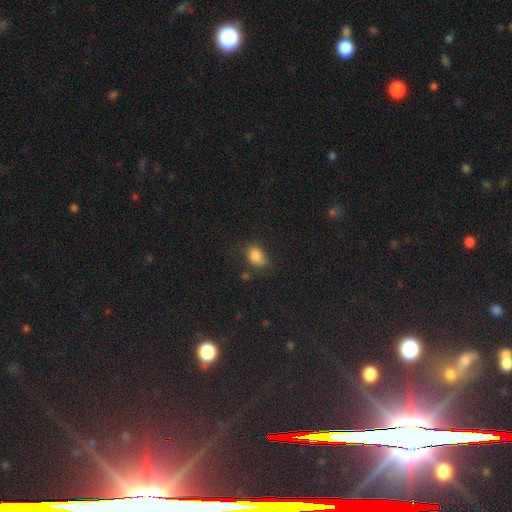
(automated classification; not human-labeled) Overall: smooth (82%). How rounded: in between (71%). Merging: none (57%; minor disturbance 30%).